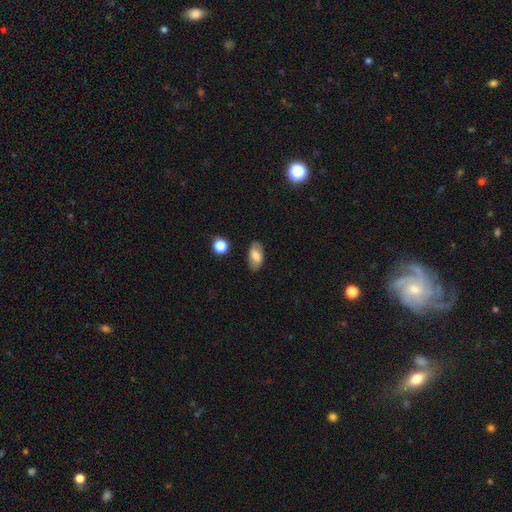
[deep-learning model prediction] Smooth or featured? Predicted: smooth (p=0.72). How rounded? Predicted: in between (p=0.92). Merging? Predicted: none (p=0.83).